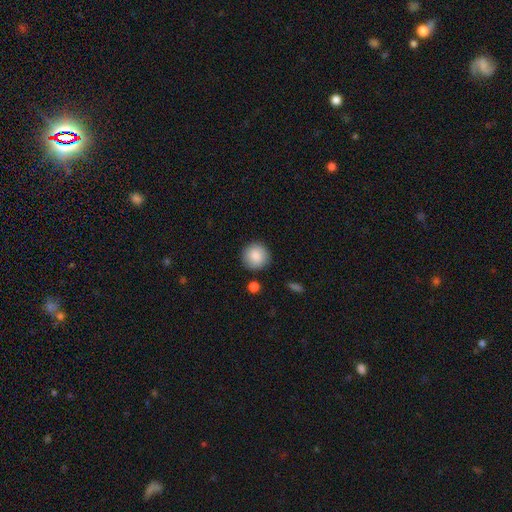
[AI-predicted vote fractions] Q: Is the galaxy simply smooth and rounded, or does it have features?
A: smooth — 88%.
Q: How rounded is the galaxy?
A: round — 94%.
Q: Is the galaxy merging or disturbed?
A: none — 88%.